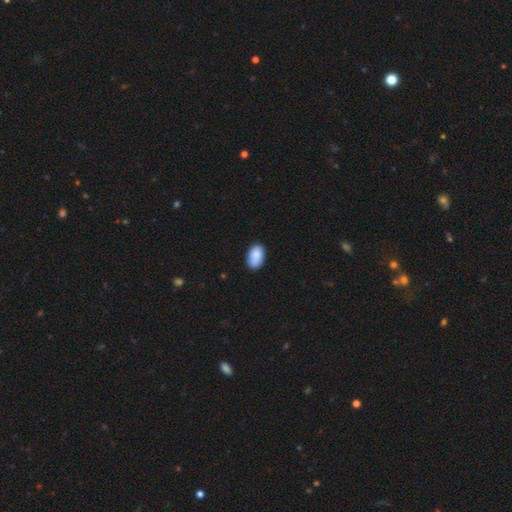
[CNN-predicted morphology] smooth 88%, star or artifact 7%, featured or disk 5%. Down the decision tree: how rounded — in between (92%); merging — none (79%).